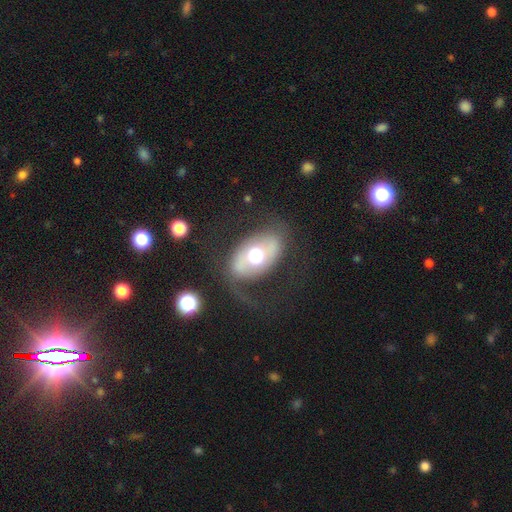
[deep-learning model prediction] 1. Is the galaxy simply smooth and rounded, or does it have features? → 62% featured or disk, 31% smooth, 7% star or artifact.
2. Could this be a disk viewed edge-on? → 93% no, 7% yes.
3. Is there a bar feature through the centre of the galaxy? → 52% no, 28% weak, 21% strong.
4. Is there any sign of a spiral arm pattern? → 61% yes, 39% no.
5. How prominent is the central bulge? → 59% moderate, 31% large, 6% dominant, 4% small, 1% none.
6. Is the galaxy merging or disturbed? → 55% none, 25% major disturbance, 18% minor disturbance, 2% merger.